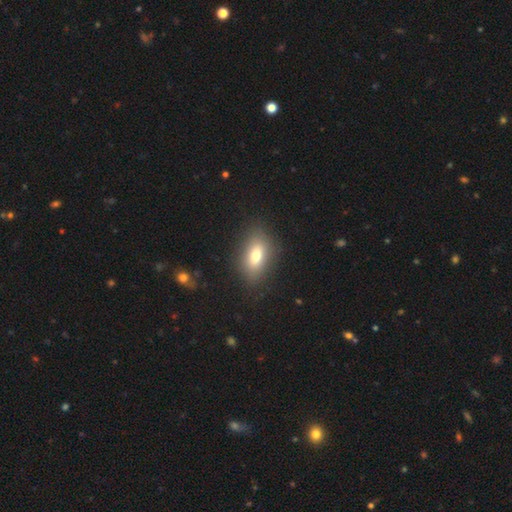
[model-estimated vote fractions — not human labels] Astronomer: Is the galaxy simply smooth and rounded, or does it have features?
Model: smooth — 74%.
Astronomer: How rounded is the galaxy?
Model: in between — 83%.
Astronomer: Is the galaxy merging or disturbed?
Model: none — 83%.